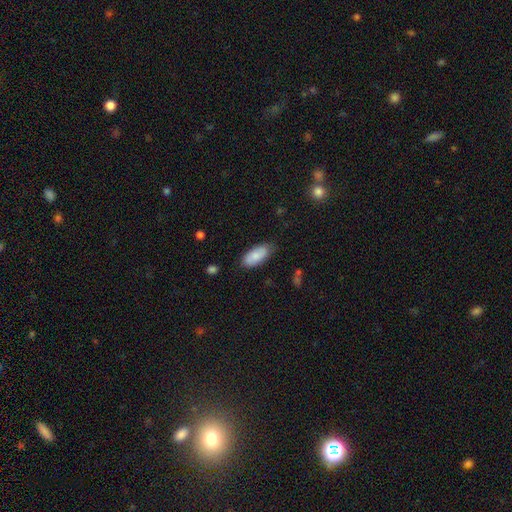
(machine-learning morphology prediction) Smooth or featured? smooth (80%)
How rounded? in between (90%)
Merging? none (78%)